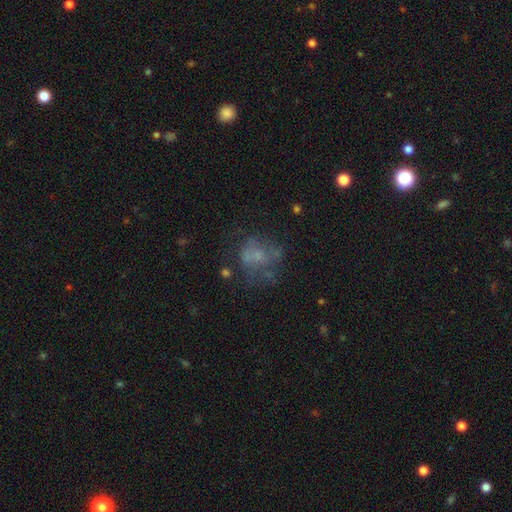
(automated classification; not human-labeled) This appears to be a featured or disk galaxy (44%). Merging: none (44%).